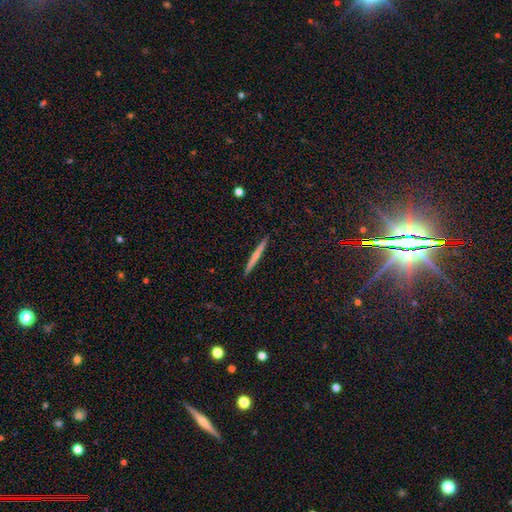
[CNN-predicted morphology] The model was most divided on "smooth or featured": smooth: 51%, featured or disk: 42%, star or artifact: 7%. More confident: how rounded — cigar-shaped (96%); merging — none (92%).